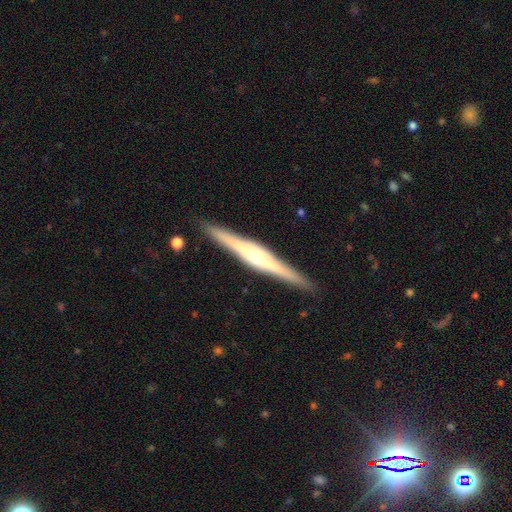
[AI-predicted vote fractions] smooth_or_featured: featured or disk (p=0.79) [alt: smooth p=0.16]
disk_edge_on: yes (p=0.98) [alt: no p=0.02]
edge_on_bulge: rounded (p=0.83) [alt: boxy p=0.12]
merging: none (p=0.90) [alt: minor disturbance p=0.08]